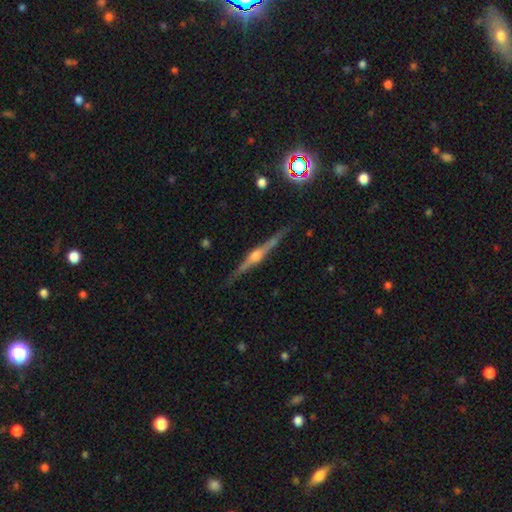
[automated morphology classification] smooth-or-featured: featured or disk: 84% | smooth: 9% | star or artifact: 7%
  disk-edge-on: yes: 98% | no: 2%
    edge-on-bulge: rounded: 92% | boxy: 5% | none: 3%
  merging: none: 89% | minor disturbance: 8% | major disturbance: 2% | merger: 1%